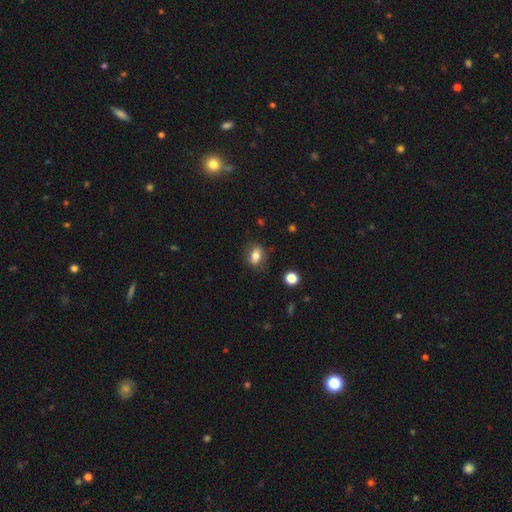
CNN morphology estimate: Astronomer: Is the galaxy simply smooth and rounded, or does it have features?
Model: smooth — 75%.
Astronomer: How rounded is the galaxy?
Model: in between — 76%.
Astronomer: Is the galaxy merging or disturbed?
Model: none — 79%.